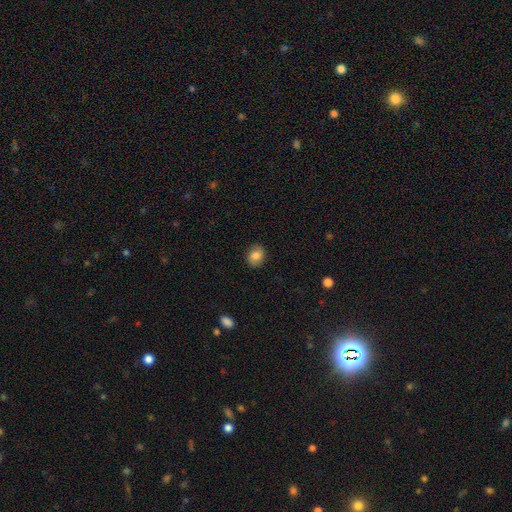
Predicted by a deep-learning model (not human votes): This appears to be a smooth galaxy with no disk features (82%) that is round (57%). Merging: none (86%).